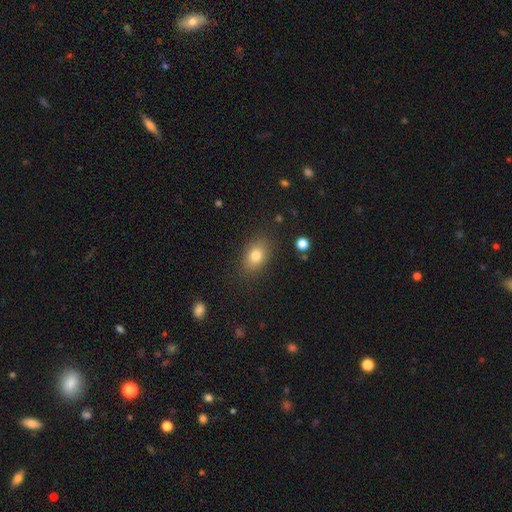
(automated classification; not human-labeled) Smooth or featured? Predicted: smooth (p=0.79). How rounded? Predicted: in between (p=0.78). Merging? Predicted: none (p=0.84).